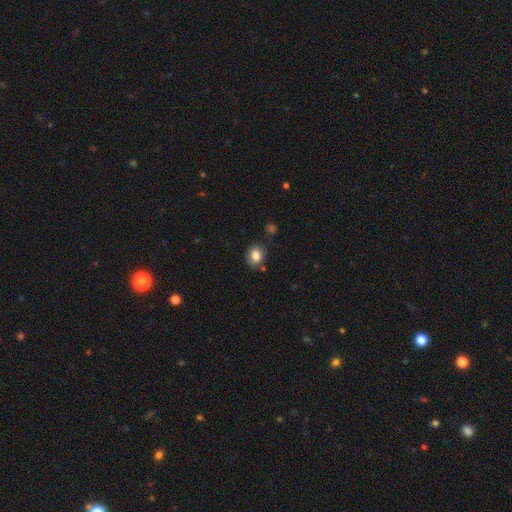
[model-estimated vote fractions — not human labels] Smooth or featured: smooth — 84% (star or artifact — 10%)
How rounded: round — 50% (in between — 49%)
Merging: none — 78% (minor disturbance — 14%)